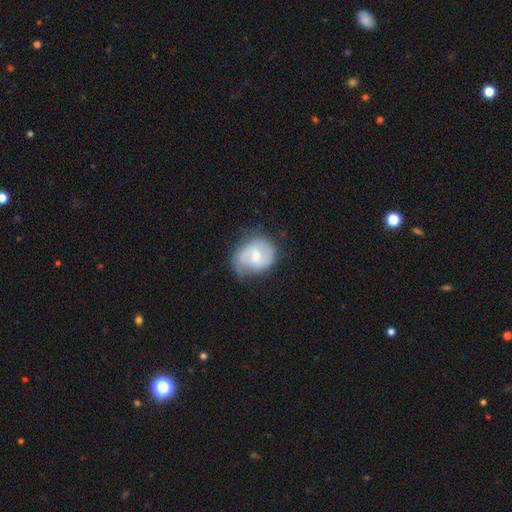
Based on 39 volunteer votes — A smooth galaxy with no disk features (54%) that is round (81%).

Vote fractions:
- Smooth or featured? smooth: 54% / featured or disk: 44% / star or artifact: 3%
- How rounded? round: 81% / in between: 19% / cigar-shaped: 0%
- Merging? none: 63% / minor disturbance: 24% / major disturbance: 11% / merger: 3%